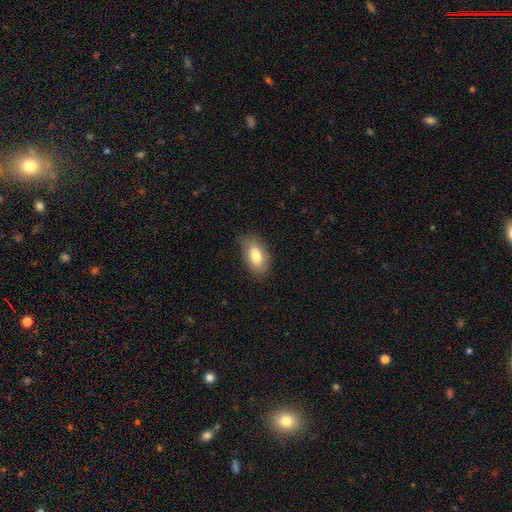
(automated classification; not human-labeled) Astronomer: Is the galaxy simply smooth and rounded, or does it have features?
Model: smooth — 78%.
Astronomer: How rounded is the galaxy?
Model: in between — 92%.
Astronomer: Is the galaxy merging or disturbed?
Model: none — 83%.